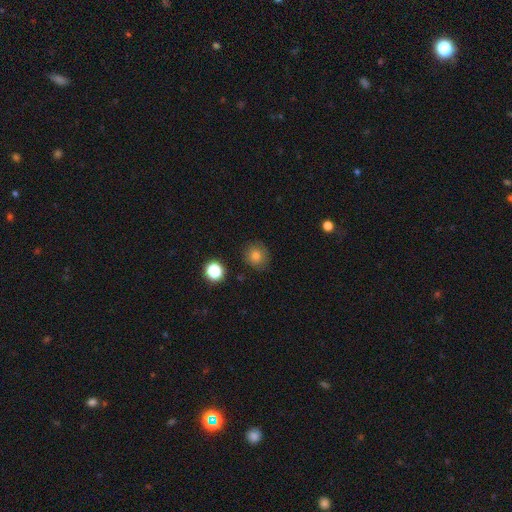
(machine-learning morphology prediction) This appears to be a smooth galaxy with no disk features (79%) that is round (85%). Merging: none (83%).